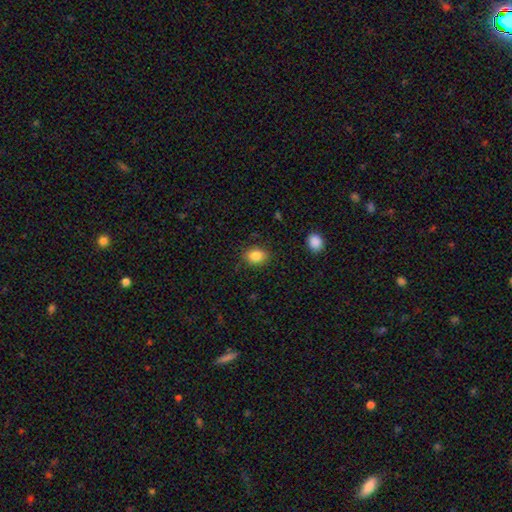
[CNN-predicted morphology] This appears to be a smooth galaxy with no disk features (86%) that is in between round and cigar-shaped (58%). Merging: none (85%).